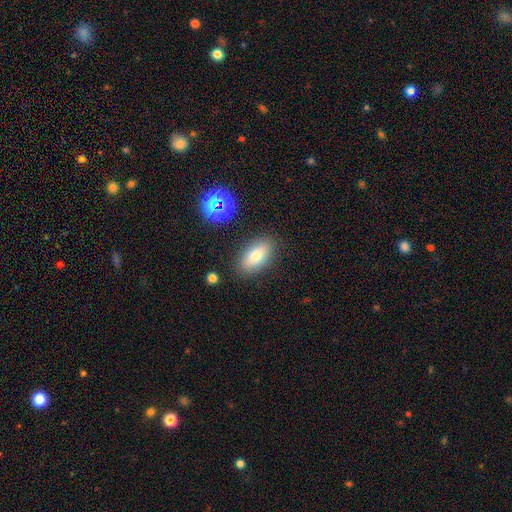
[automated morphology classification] Smooth or featured?
  - smooth: 77% *
  - featured or disk: 13%
  - star or artifact: 10%
How rounded?
  - in between: 86% *
  - cigar-shaped: 9%
  - round: 5%
Merging?
  - none: 86% *
  - minor disturbance: 9%
  - major disturbance: 3%
  - merger: 2%